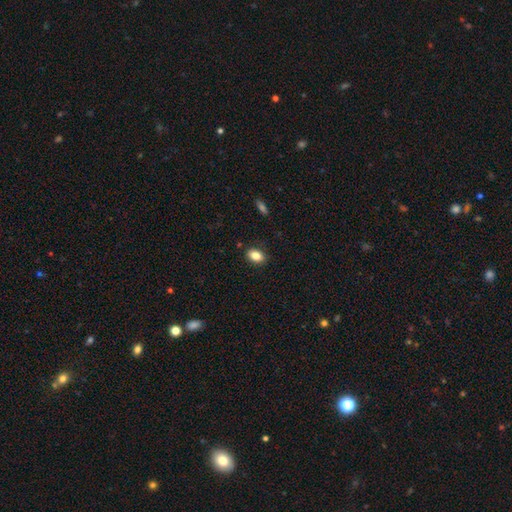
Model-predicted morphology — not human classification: This is clearly a smooth galaxy (84%). How rounded: clearly in between (83%). Merging: clearly none (87%).